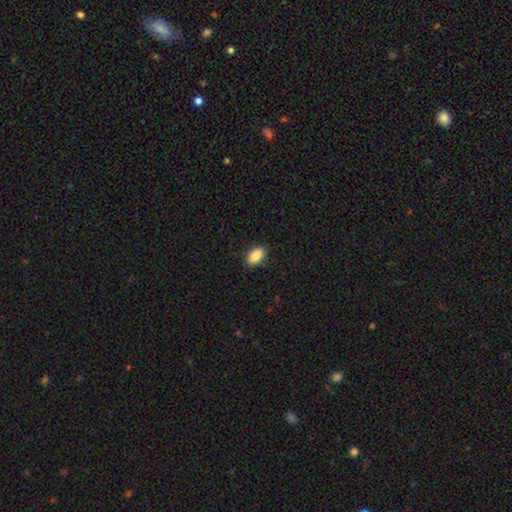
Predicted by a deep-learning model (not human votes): Smooth or featured: smooth — 88% (star or artifact — 7%)
How rounded: in between — 91% (round — 7%)
Merging: none — 89% (minor disturbance — 8%)